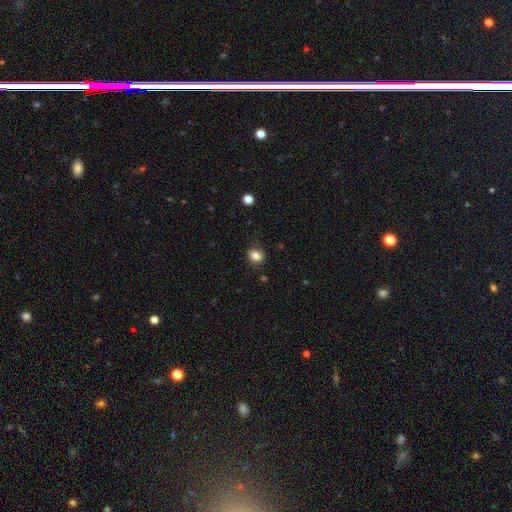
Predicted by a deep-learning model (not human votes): Overall: smooth (82%). How rounded: round (61%; in between 38%). Merging: none (83%).